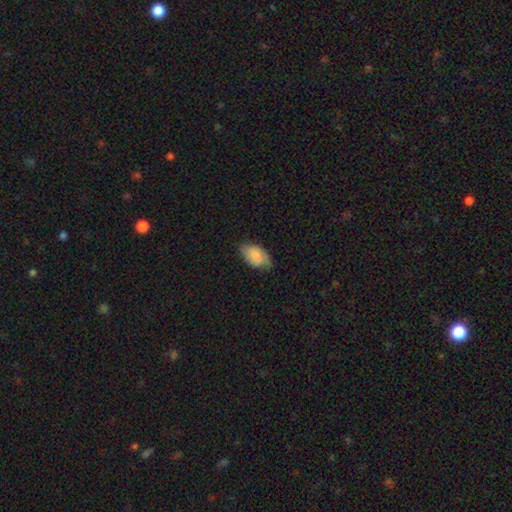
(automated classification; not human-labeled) A smooth galaxy with no disk features (58%) that is in between round and cigar-shaped (93%). Merging: none (71%).